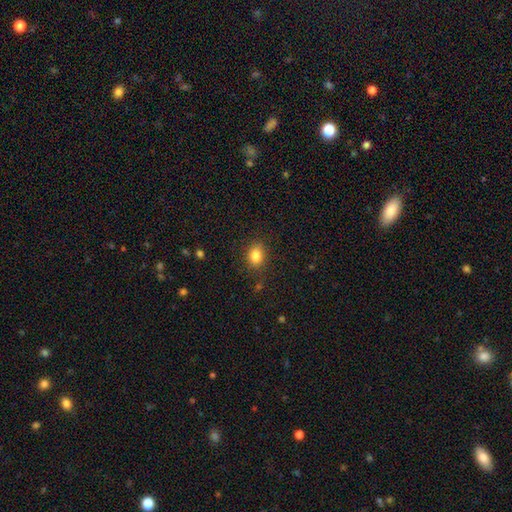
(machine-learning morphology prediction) This appears to be a smooth galaxy with no disk features (83%) that is in between round and cigar-shaped (59%). Merging: none (82%).